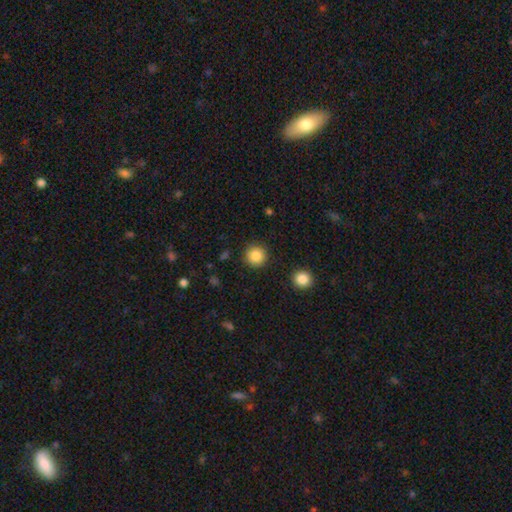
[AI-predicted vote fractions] This is clearly a smooth galaxy (86%). How rounded: clearly round (95%). Merging: clearly none (90%).